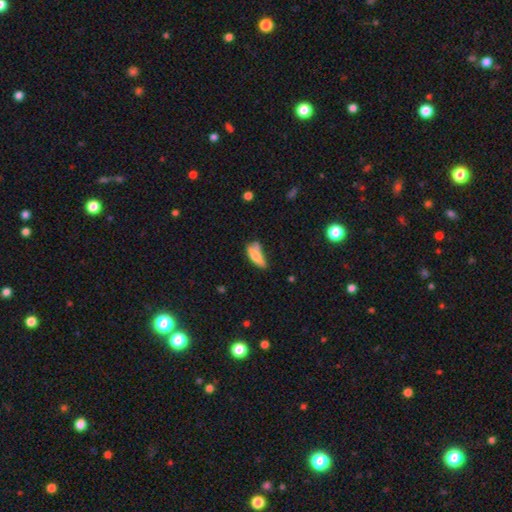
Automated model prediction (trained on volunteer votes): Overall: smooth (70%). How rounded: in between (61%; cigar-shaped 36%). Merging: none (34%; minor disturbance 32%).